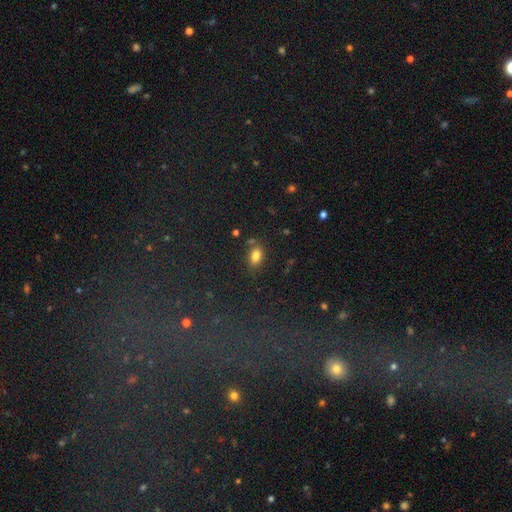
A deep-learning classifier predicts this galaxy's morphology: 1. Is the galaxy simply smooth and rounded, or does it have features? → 80% smooth, 12% star or artifact, 8% featured or disk.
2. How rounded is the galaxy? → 88% in between, 9% round, 3% cigar-shaped.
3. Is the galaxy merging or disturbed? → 74% none, 15% minor disturbance, 7% merger, 4% major disturbance.